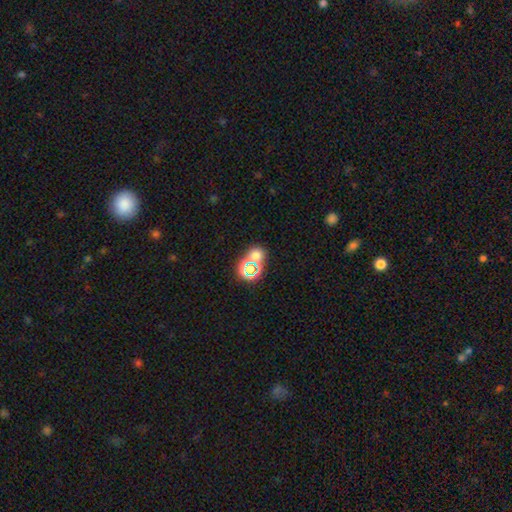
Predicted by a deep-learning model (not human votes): A smooth galaxy with no disk features (55%) that is round (73%). Merging: none (63%).